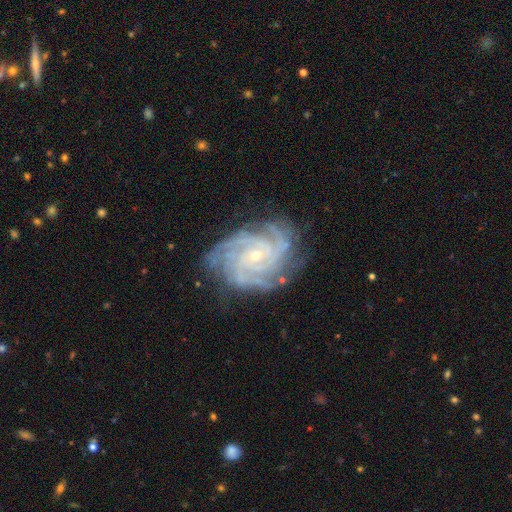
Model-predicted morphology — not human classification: A featured or disk galaxy (91%) with no bar (67%), 4 (34%) tight (71%) spiral arms (99%) and a small central bulge (76%).

Vote fractions:
- Smooth or featured? featured or disk: 91% / star or artifact: 5% / smooth: 3%
- Edge-on disk? no: 98% / yes: 2%
- Bar? no: 67% / weak: 25% / strong: 8%
- Spiral arms? yes: 99% / no: 1%
- Spiral winding? tight: 71% / medium: 26% / loose: 3%
- Spiral arm count? 4: 34% / 3: 19% / more than 4: 17% / can't tell: 14% / 2: 9% / 1: 7%
- Bulge size? small: 76% / moderate: 21% / none: 1% / large: 1% / dominant: 1%
- Merging? none: 77% / minor disturbance: 16% / major disturbance: 5% / merger: 1%